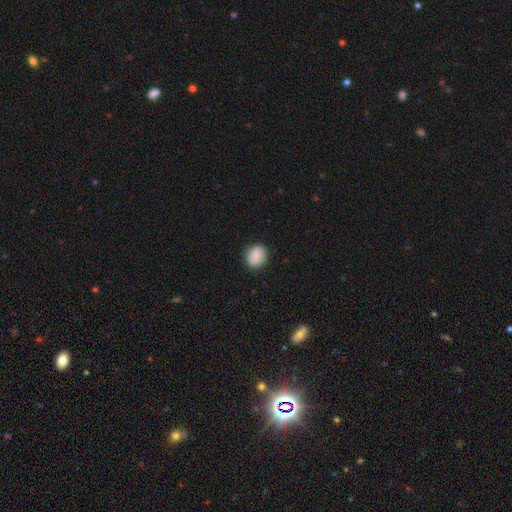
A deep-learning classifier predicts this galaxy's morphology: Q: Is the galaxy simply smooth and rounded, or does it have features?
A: smooth — 75%.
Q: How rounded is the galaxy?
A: round — 64%.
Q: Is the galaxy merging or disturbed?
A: none — 83%.